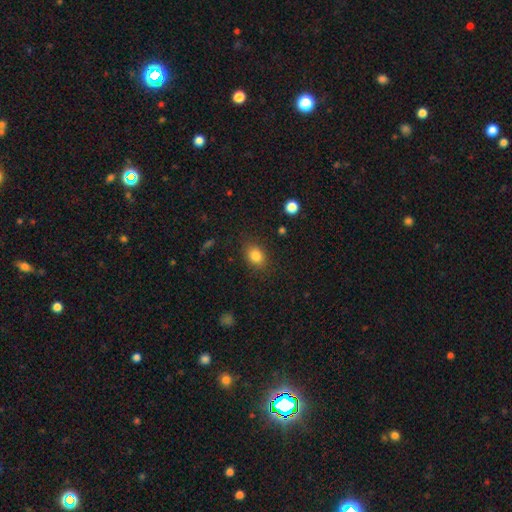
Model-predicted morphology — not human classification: Smooth or featured: smooth — 84% (star or artifact — 10%)
How rounded: in between — 60% (round — 39%)
Merging: none — 83% (minor disturbance — 12%)